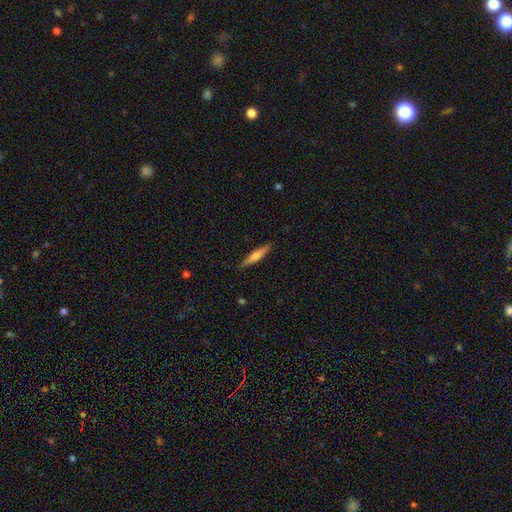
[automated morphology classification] Overall: smooth (48%; featured or disk 45%). Merging: none (87%).